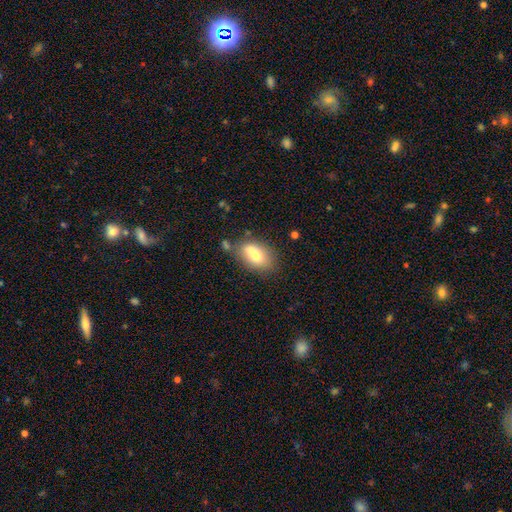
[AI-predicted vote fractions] Q: Smooth or featured?
A: smooth (66%); runner-up: featured or disk (25%)
Q: How rounded?
A: in between (79%); runner-up: round (18%)
Q: Merging?
A: none (43%); runner-up: merger (37%)